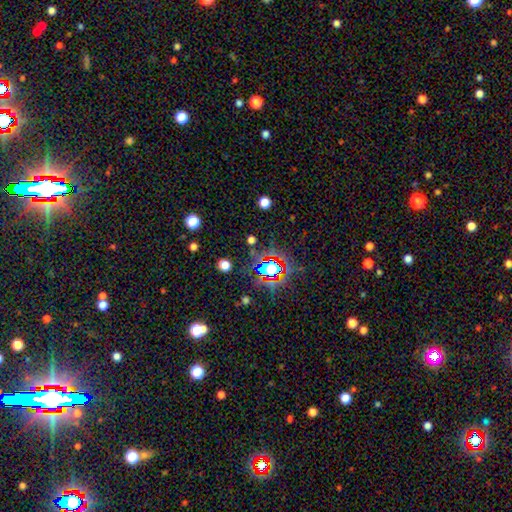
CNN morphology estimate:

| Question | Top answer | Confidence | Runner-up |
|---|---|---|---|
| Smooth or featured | star or artifact | 74% | smooth (16%) |